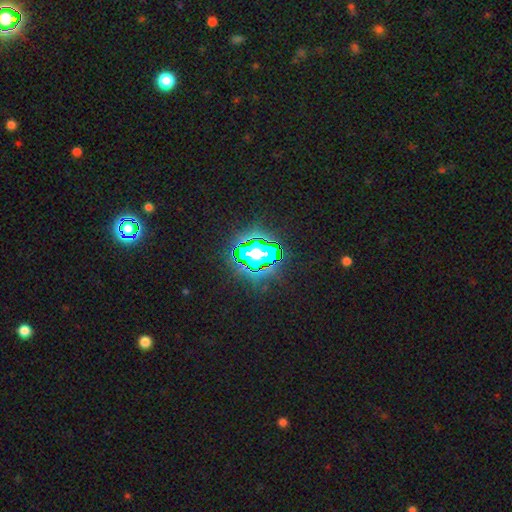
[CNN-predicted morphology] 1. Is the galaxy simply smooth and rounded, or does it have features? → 70% star or artifact, 18% smooth, 12% featured or disk.